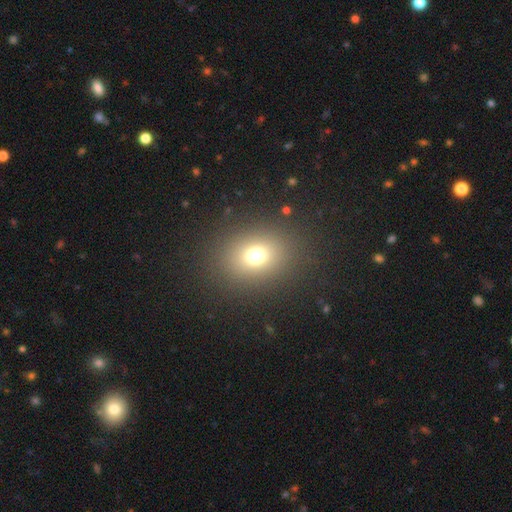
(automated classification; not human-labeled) Q: Smooth or featured?
A: smooth (72%); runner-up: star or artifact (19%)
Q: How rounded?
A: round (58%); runner-up: in between (41%)
Q: Merging?
A: none (86%); runner-up: minor disturbance (7%)